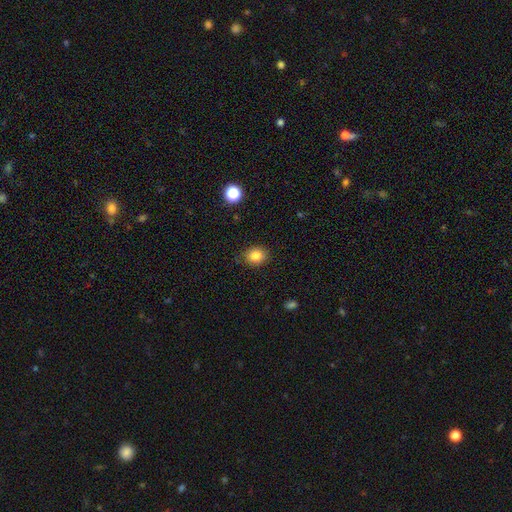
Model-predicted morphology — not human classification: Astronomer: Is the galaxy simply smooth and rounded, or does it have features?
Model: smooth — 84%.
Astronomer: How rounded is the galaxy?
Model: round — 68%.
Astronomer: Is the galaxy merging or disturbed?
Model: none — 86%.